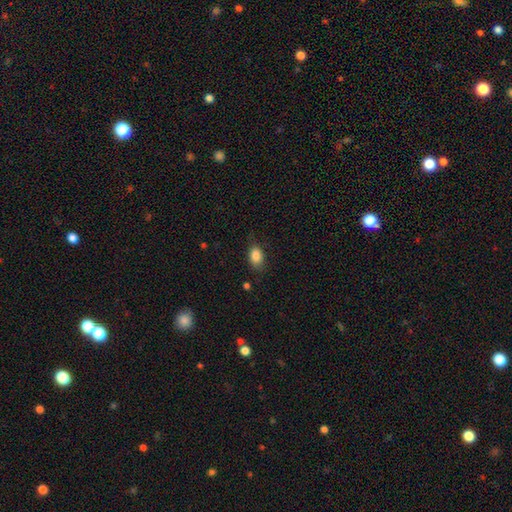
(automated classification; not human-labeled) Overall: smooth (86%). How rounded: in between (81%). Merging: none (76%).